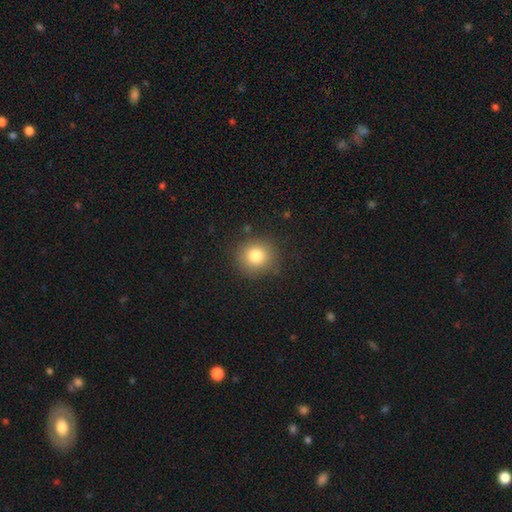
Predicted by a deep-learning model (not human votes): The model was most divided on "smooth or featured": smooth: 81%, star or artifact: 11%, featured or disk: 8%. More confident: how rounded — round (90%); merging — none (87%).